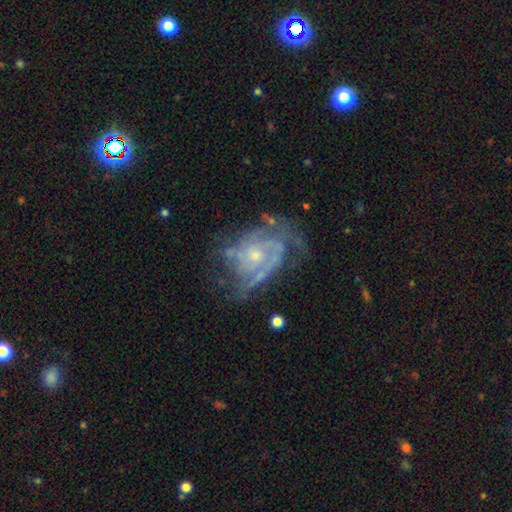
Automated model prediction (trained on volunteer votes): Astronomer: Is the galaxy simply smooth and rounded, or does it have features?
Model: featured or disk — 84%.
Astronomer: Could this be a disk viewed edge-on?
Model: no — 97%.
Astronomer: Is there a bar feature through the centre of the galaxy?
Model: no — 76%.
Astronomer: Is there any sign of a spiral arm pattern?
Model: yes — 89%.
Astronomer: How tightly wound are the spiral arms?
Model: tight — 52% (runner-up: medium, 36%).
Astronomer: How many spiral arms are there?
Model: can't tell — 33% (runner-up: 2, 28%).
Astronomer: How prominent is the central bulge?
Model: small — 67%.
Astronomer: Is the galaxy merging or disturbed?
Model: none — 51%.